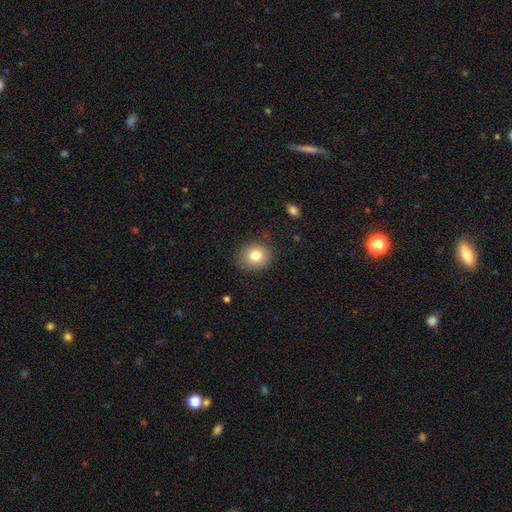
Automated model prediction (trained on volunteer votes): smooth-or-featured: smooth: 80% | star or artifact: 10% | featured or disk: 10%
  how-rounded: round: 77% | in between: 22% | cigar-shaped: 1%
  merging: none: 84% | minor disturbance: 12% | major disturbance: 3% | merger: 1%